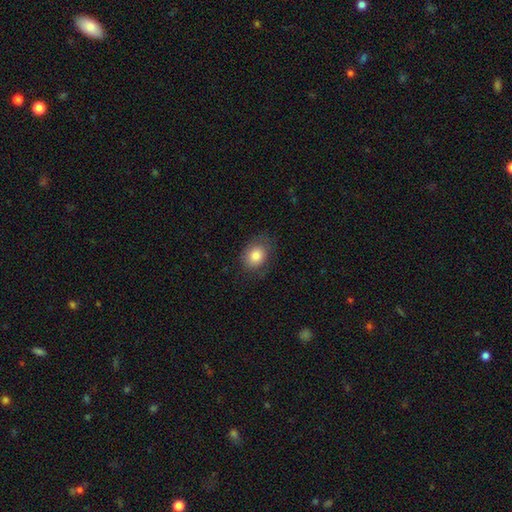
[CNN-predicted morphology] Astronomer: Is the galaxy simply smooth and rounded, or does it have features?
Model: smooth — 82%.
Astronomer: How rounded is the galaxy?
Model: in between — 53% (runner-up: round, 46%).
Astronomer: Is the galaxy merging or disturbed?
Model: none — 74%.